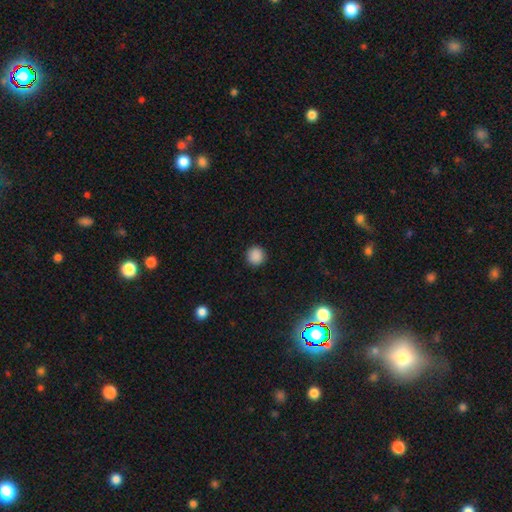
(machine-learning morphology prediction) type=smooth (87%); roundness=round (95%); merging=none (92%).